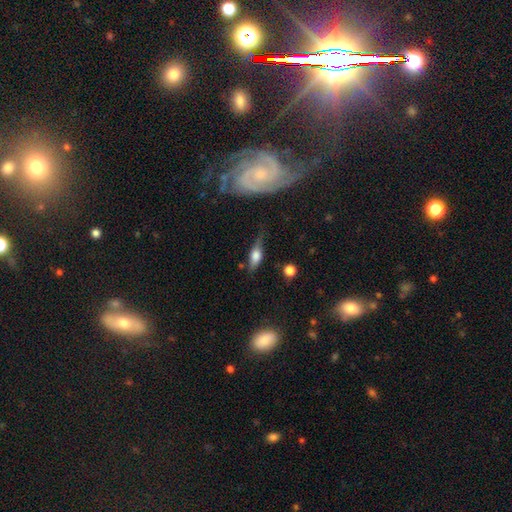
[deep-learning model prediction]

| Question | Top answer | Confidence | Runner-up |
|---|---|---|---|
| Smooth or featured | smooth | 49% | featured or disk (43%) |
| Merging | none | 58% | minor disturbance (28%) |